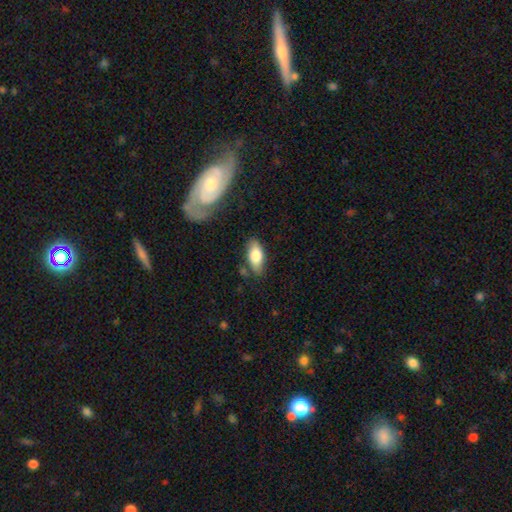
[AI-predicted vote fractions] Q: Smooth or featured?
A: smooth (76%); runner-up: featured or disk (18%)
Q: How rounded?
A: in between (85%); runner-up: cigar-shaped (13%)
Q: Merging?
A: none (77%); runner-up: minor disturbance (15%)